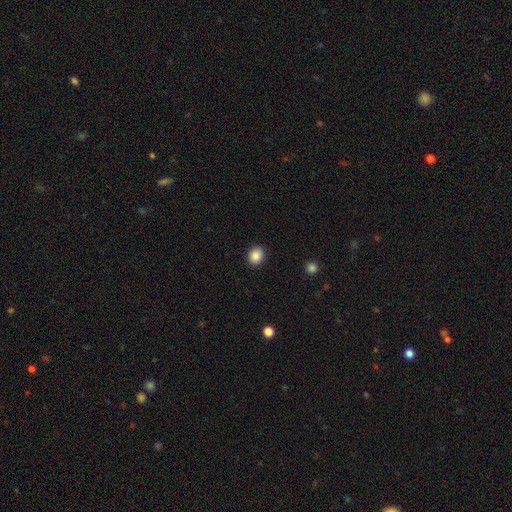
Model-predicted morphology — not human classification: This is clearly a smooth galaxy (88%). How rounded: likely round (64%). Merging: clearly none (91%).